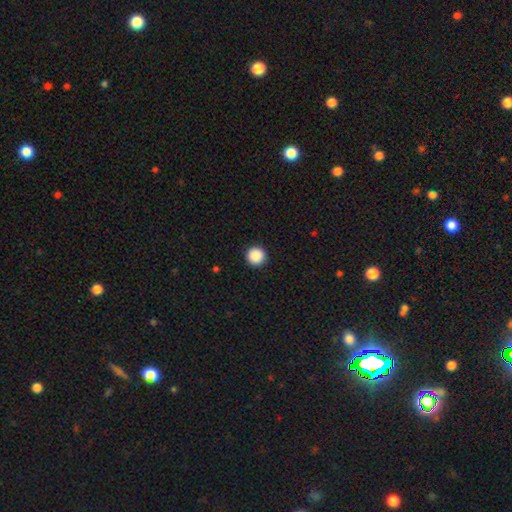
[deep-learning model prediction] Smooth or featured?
  - smooth: 89% *
  - star or artifact: 9%
  - featured or disk: 2%
How rounded?
  - round: 97% *
  - in between: 2%
  - cigar-shaped: 1%
Merging?
  - none: 93% *
  - minor disturbance: 4%
  - major disturbance: 2%
  - merger: 1%